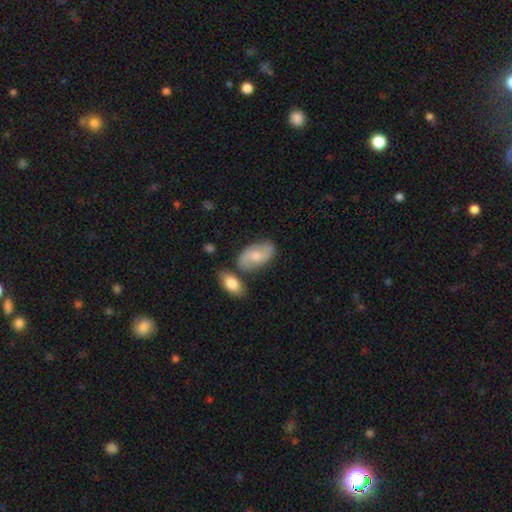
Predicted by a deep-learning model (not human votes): featured or disk 47%, smooth 46%, star or artifact 6%. Down the decision tree: merging — none (67%).